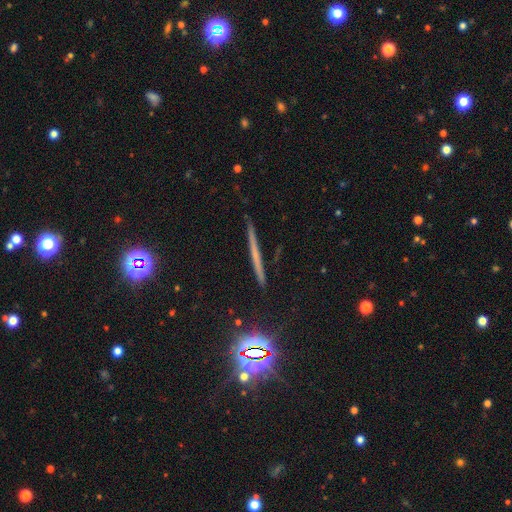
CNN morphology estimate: Smooth or featured? Predicted: featured or disk (p=0.46). Merging? Predicted: none (p=0.90).